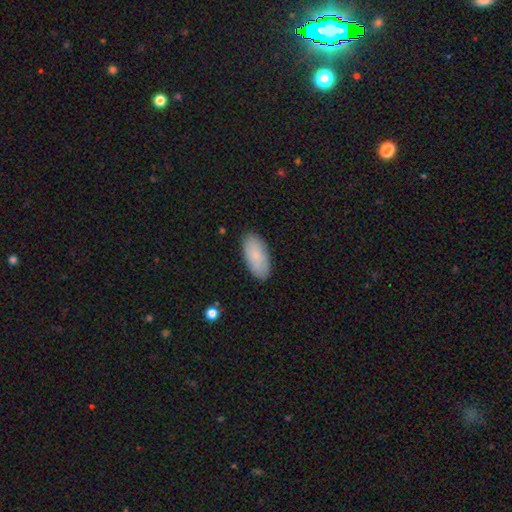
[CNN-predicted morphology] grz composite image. It shows a smooth galaxy with no disk features (83%) that is in between round and cigar-shaped (93%). Merging: none (87%).